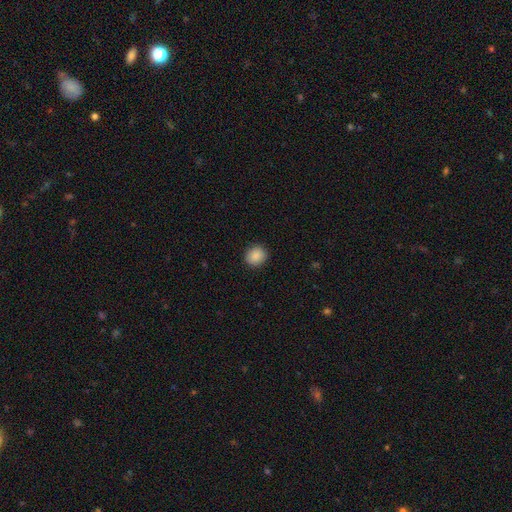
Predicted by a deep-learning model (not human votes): Smooth or featured: smooth — 88% (star or artifact — 8%)
How rounded: round — 80% (in between — 19%)
Merging: none — 90% (minor disturbance — 7%)